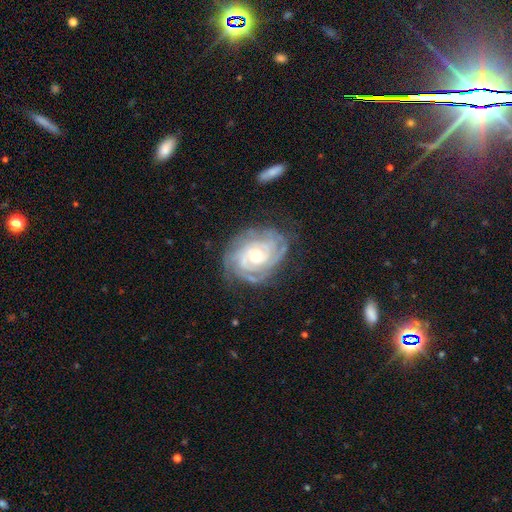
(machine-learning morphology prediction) Smooth or featured? featured or disk (88%)
Edge-on disk? no (97%)
Bar? no (71%)
Spiral arms? yes (97%)
Spiral winding? tight (78%)
Spiral arm count? can't tell (28%)
Bulge size? moderate (49%)
Merging? none (73%)